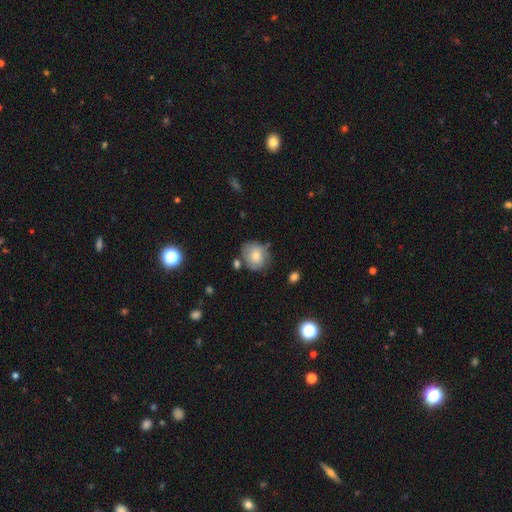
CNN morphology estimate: Smooth or featured: smooth — 71% (featured or disk — 20%)
How rounded: round — 75% (in between — 24%)
Merging: none — 66% (minor disturbance — 20%)